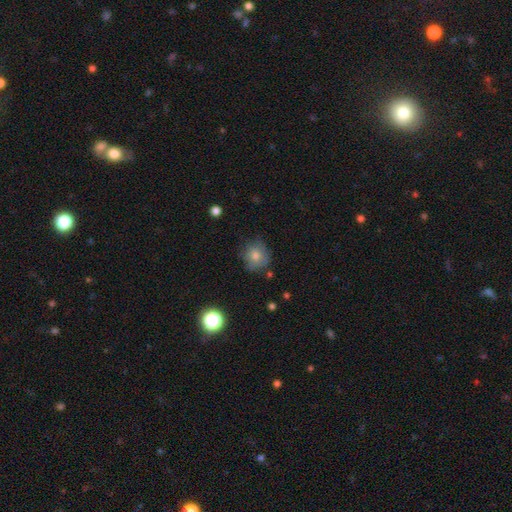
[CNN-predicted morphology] Smooth or featured?
  - smooth: 76% *
  - featured or disk: 14%
  - star or artifact: 10%
How rounded?
  - round: 83% *
  - in between: 16%
  - cigar-shaped: 1%
Merging?
  - none: 66% *
  - minor disturbance: 25%
  - major disturbance: 7%
  - merger: 2%